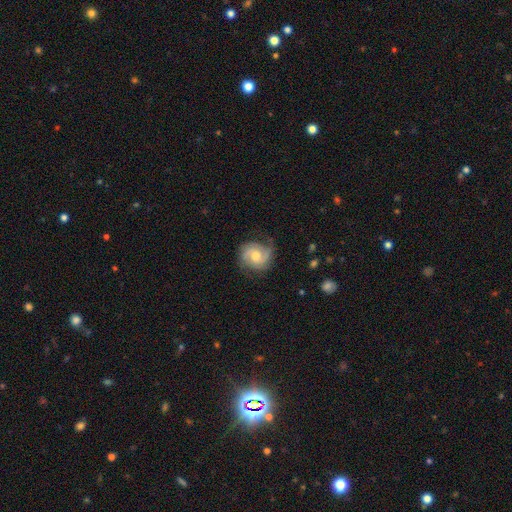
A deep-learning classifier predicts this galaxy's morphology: Smooth or featured? Predicted: featured or disk (p=0.79). Edge-on disk? Predicted: no (p=0.98). Bar? Predicted: no (p=0.65). Spiral arms? Predicted: yes (p=0.96). Spiral winding? Predicted: medium (p=0.43, tied with tight). Spiral arm count? Predicted: 2 (p=0.58). Bulge size? Predicted: moderate (p=0.67). Merging? Predicted: none (p=0.74).